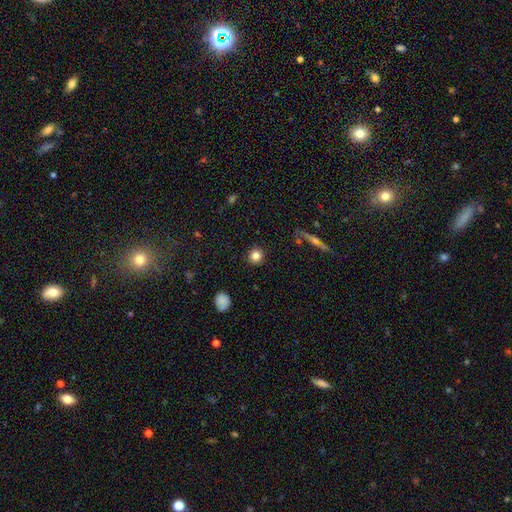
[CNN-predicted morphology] This is clearly a smooth galaxy (82%). How rounded: clearly round (94%). Merging: clearly none (91%).